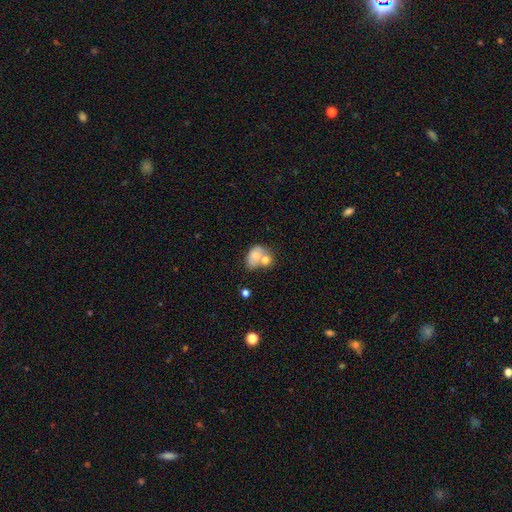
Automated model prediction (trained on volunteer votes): smooth_or_featured: smooth (p=0.67) [alt: featured or disk p=0.25]
how_rounded: in between (p=0.68) [alt: round p=0.31]
merging: merger (p=0.62) [alt: none p=0.20]